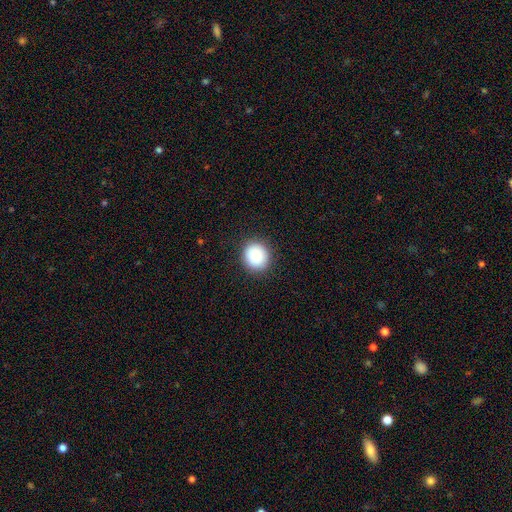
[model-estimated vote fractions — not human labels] This appears to be a smooth galaxy with no disk features (88%) that is round (89%). Merging: none (91%).